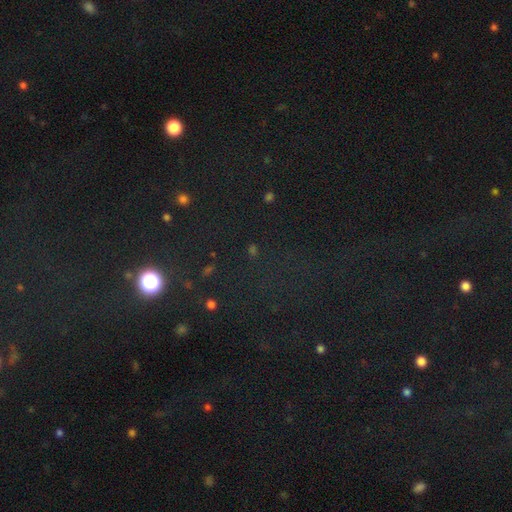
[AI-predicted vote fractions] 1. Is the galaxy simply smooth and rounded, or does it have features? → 71% star or artifact, 20% smooth, 8% featured or disk.